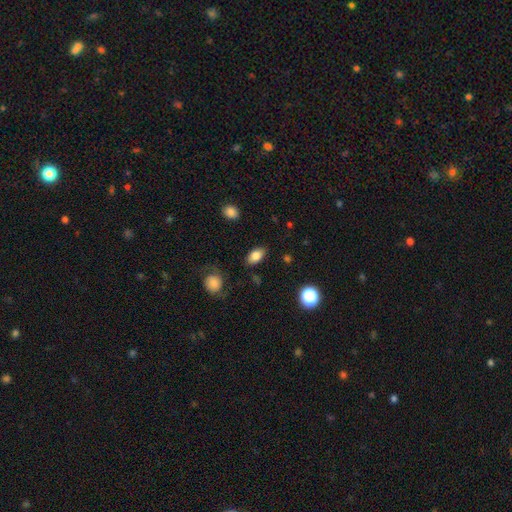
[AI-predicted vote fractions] A smooth galaxy with no disk features (83%) that is in between round and cigar-shaped (90%). Merging: none (83%).